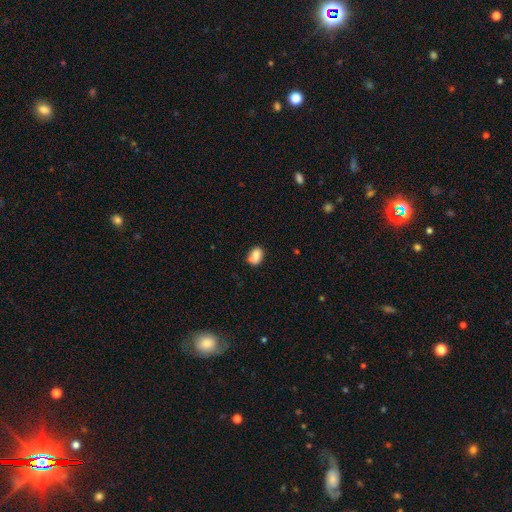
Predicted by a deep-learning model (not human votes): Q: Smooth or featured?
A: smooth (82%); runner-up: featured or disk (9%)
Q: How rounded?
A: in between (68%); runner-up: round (31%)
Q: Merging?
A: none (61%); runner-up: minor disturbance (23%)